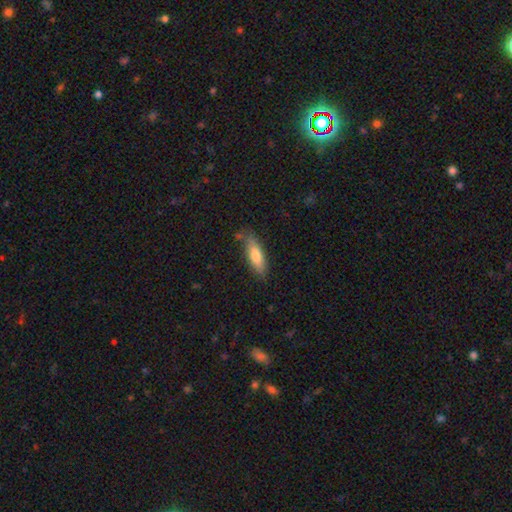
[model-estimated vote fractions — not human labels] Smooth or featured?
  - smooth: 71% *
  - featured or disk: 23%
  - star or artifact: 6%
How rounded?
  - cigar-shaped: 52% *
  - in between: 47%
  - round: 2%
Merging?
  - none: 76% *
  - minor disturbance: 17%
  - merger: 4%
  - major disturbance: 3%